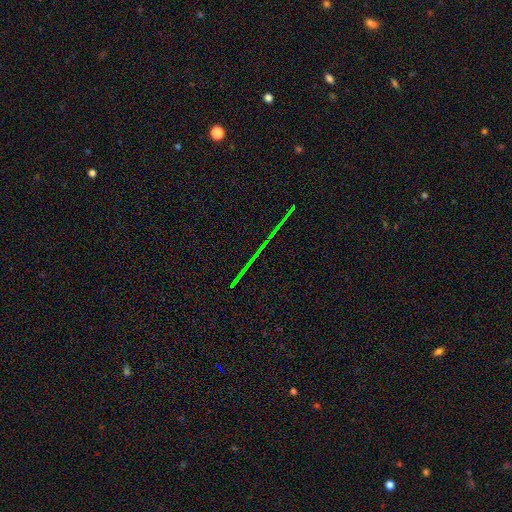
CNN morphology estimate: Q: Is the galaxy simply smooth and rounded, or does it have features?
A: star or artifact — 81%.